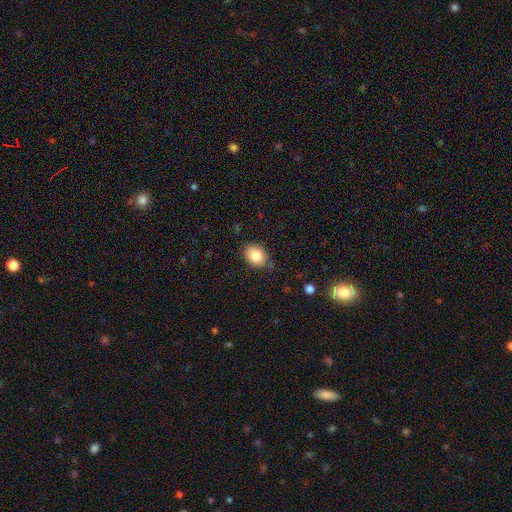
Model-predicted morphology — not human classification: A smooth galaxy with no disk features (84%) that is in between round and cigar-shaped (68%).

Vote fractions:
- Smooth or featured? smooth: 84% / star or artifact: 8% / featured or disk: 8%
- How rounded? in between: 68% / round: 31% / cigar-shaped: 1%
- Merging? none: 78% / minor disturbance: 17% / major disturbance: 3% / merger: 2%